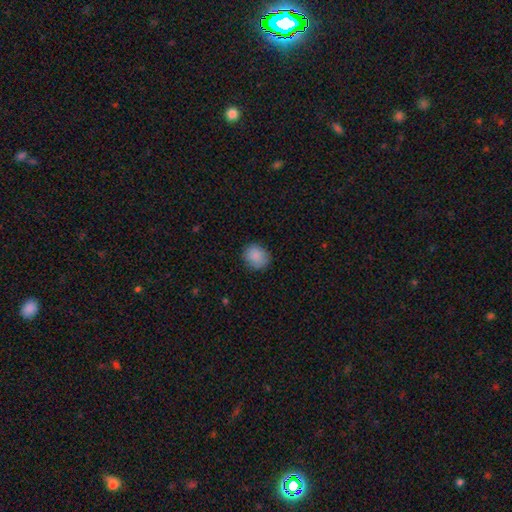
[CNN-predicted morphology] smooth-or-featured: smooth: 88% | star or artifact: 8% | featured or disk: 4%
  how-rounded: round: 67% | in between: 32% | cigar-shaped: 1%
  merging: none: 82% | minor disturbance: 14% | major disturbance: 3% | merger: 1%